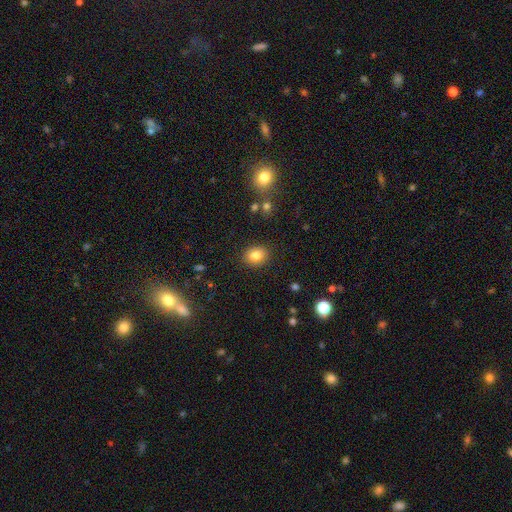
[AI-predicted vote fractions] This is clearly a smooth galaxy (82%). How rounded: possibly round (53%). Merging: clearly none (88%).